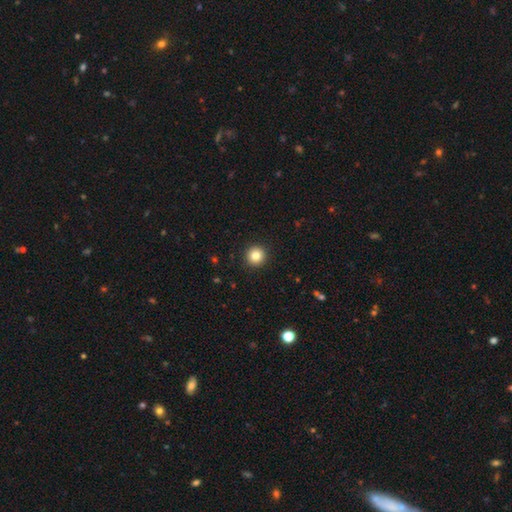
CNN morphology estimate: smooth 83%, star or artifact 11%, featured or disk 6%. Down the decision tree: how rounded — round (95%); merging — none (93%).